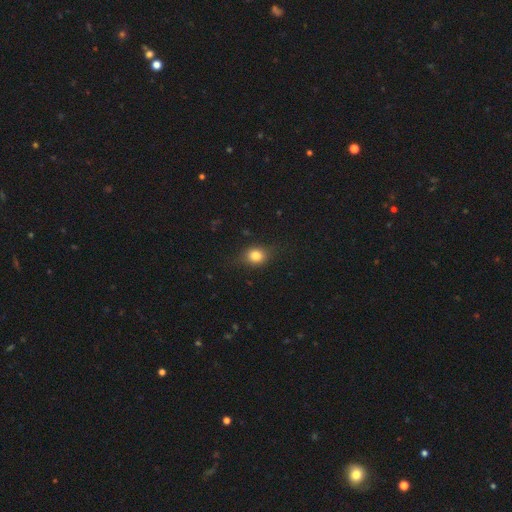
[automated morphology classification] smooth 79%, star or artifact 11%, featured or disk 10%. Down the decision tree: how rounded — round (58%); merging — none (78%).